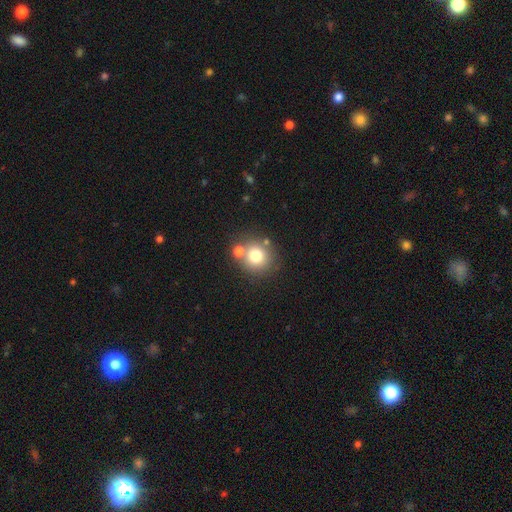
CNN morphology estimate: This appears to be a smooth galaxy with no disk features (75%) that is round (86%). Merging: none (65%).